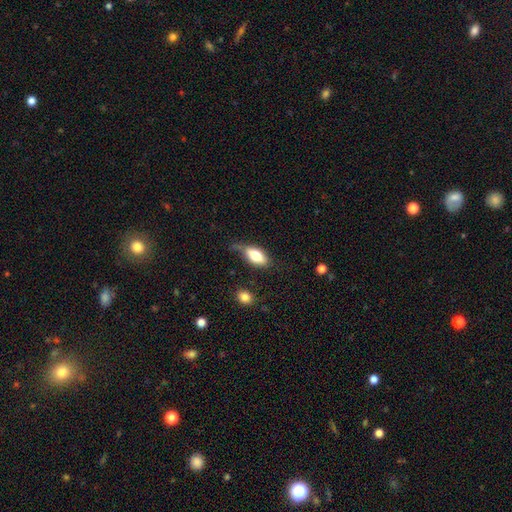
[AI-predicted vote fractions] Smooth or featured? smooth (74%)
How rounded? in between (87%)
Merging? none (47%)